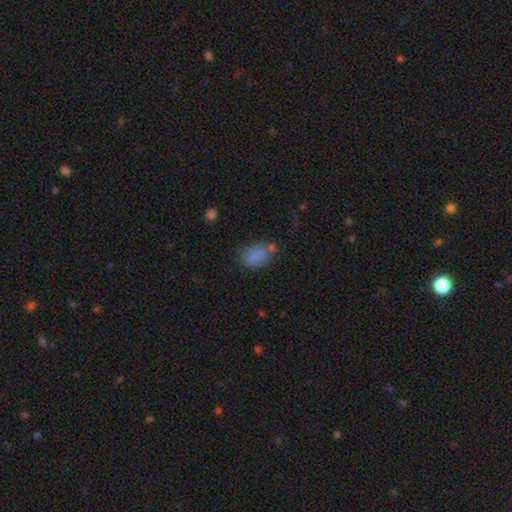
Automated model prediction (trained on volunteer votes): This appears to be a smooth galaxy with no disk features (83%) that is in between round and cigar-shaped (78%). Merging: none (64%).